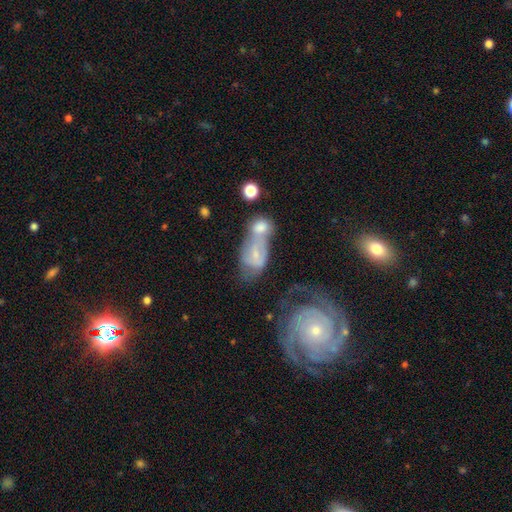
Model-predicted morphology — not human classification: This appears to be a featured or disk galaxy (48%). Merging: merger (68%).